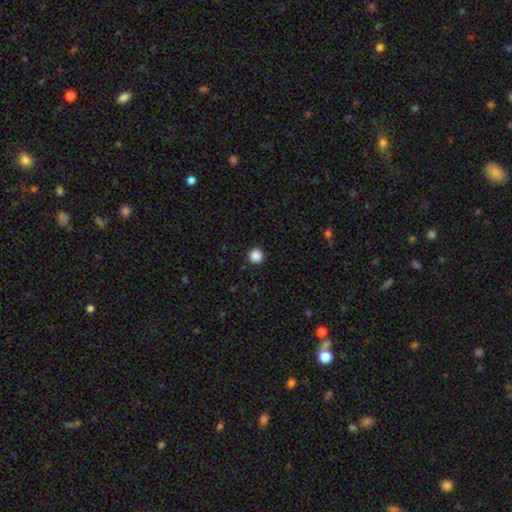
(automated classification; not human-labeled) Morphology: type=smooth (88%); roundness=round (96%); merging=none (93%).